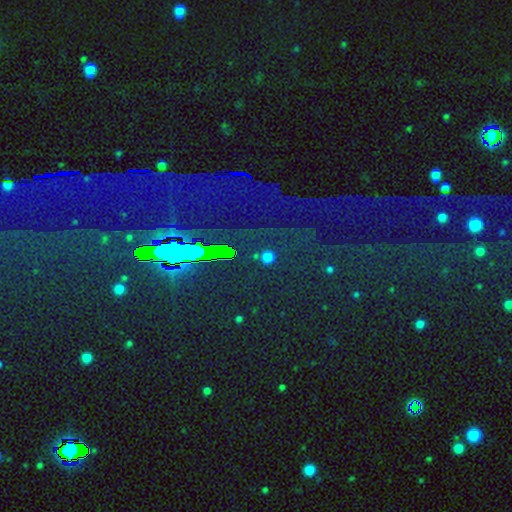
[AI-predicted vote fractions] Smooth or featured?
  - star or artifact: 85% *
  - smooth: 8%
  - featured or disk: 7%